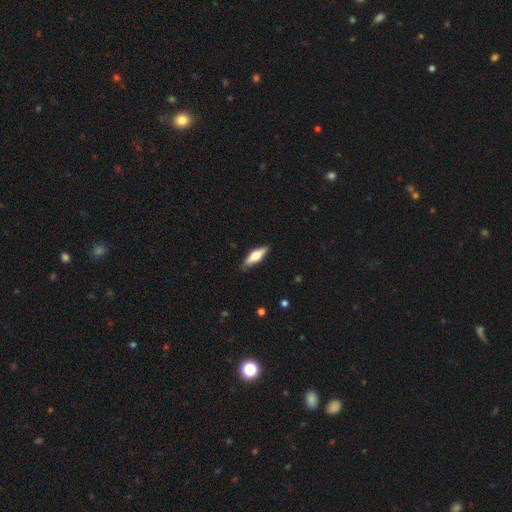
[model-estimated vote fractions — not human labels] Smooth or featured?
  - featured or disk: 48% *
  - smooth: 47%
  - star or artifact: 6%
Merging?
  - none: 86% *
  - minor disturbance: 11%
  - major disturbance: 2%
  - merger: 1%